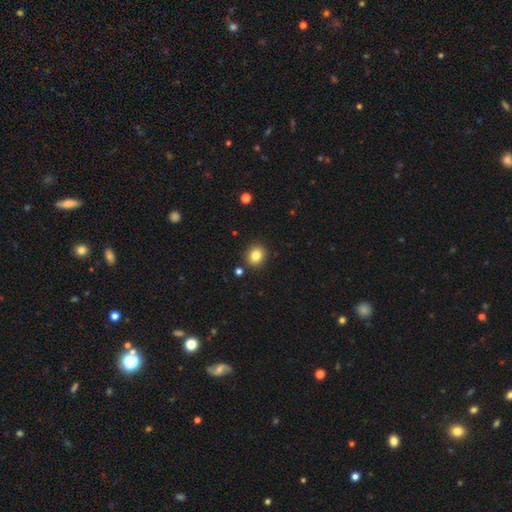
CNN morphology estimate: type=smooth (83%); roundness=round (78%); merging=none (89%).